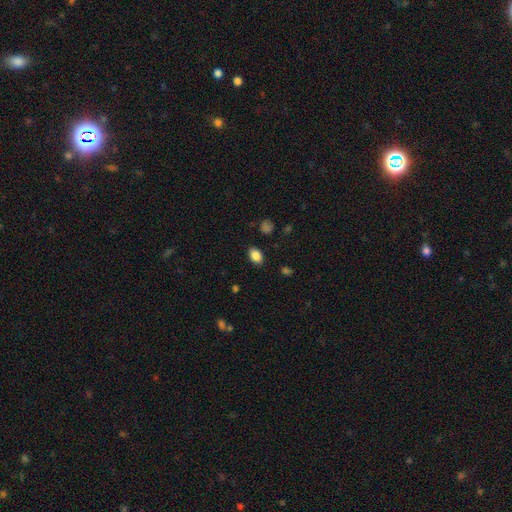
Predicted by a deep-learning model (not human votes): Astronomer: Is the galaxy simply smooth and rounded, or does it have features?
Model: smooth — 86%.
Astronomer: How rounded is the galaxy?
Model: in between — 85%.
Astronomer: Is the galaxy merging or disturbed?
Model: none — 86%.